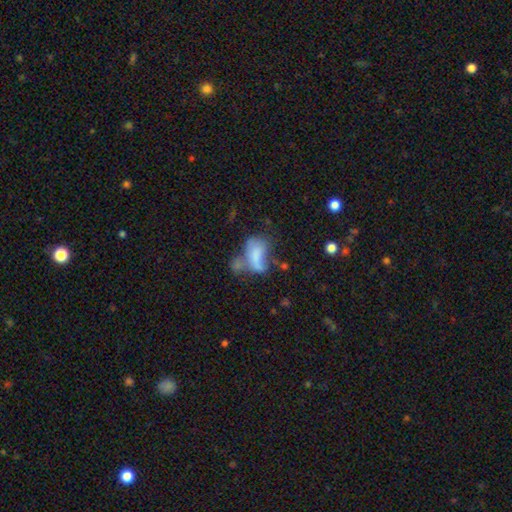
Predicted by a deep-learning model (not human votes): smooth 57%, featured or disk 31%, star or artifact 11%. Down the decision tree: how rounded — in between (86%); merging — merger (37%).